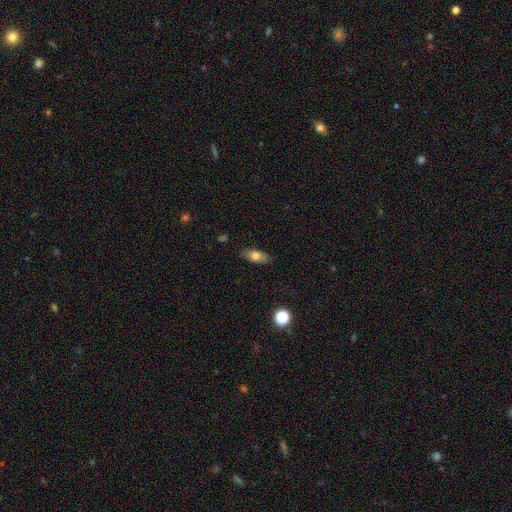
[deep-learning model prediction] The model was most divided on "smooth or featured": smooth: 72%, featured or disk: 20%, star or artifact: 8%. More confident: merging — none (84%); how rounded — in between (82%).